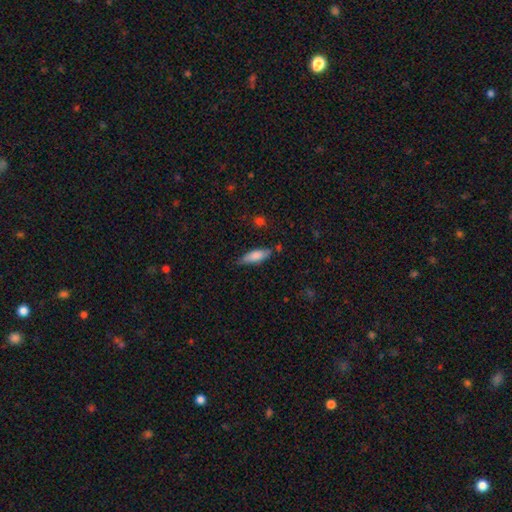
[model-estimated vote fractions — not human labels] Morphology: type=smooth (78%); roundness=in between (55%); merging=none (68%).